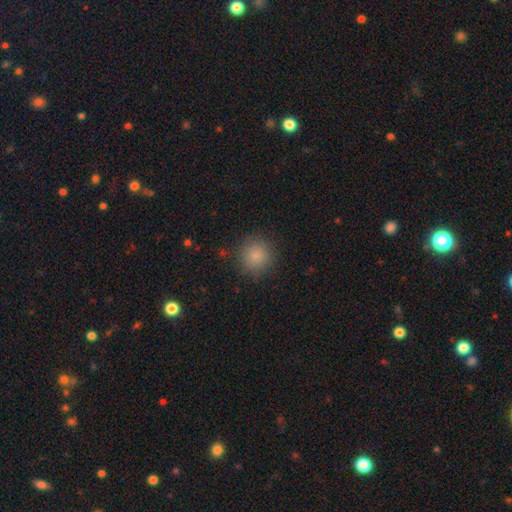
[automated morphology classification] smooth-or-featured: smooth: 83% | star or artifact: 12% | featured or disk: 6%
  how-rounded: round: 93% | in between: 6% | cigar-shaped: 1%
  merging: none: 88% | minor disturbance: 8% | major disturbance: 3% | merger: 1%